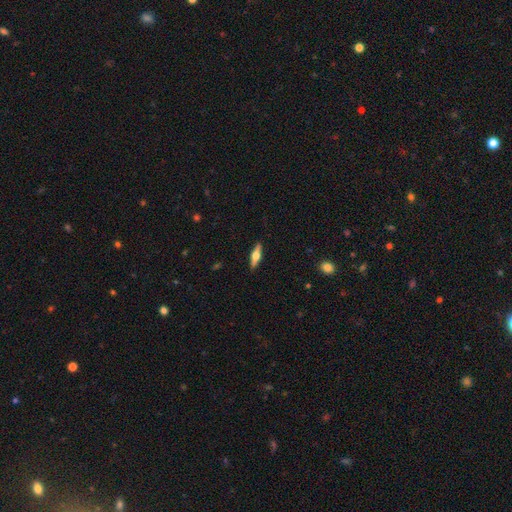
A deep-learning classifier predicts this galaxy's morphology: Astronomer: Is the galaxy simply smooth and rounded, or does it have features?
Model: featured or disk — 59% (runner-up: smooth, 35%).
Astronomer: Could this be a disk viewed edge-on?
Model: yes — 96%.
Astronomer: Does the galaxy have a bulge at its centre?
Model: rounded — 93%.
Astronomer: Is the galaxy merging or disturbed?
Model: none — 90%.